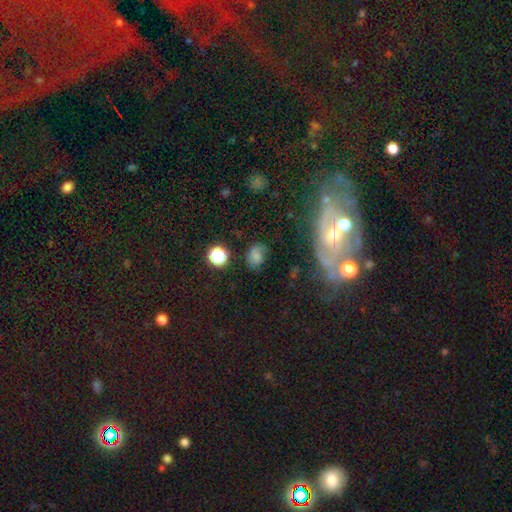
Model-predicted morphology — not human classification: Smooth or featured?
  - smooth: 62% *
  - star or artifact: 21%
  - featured or disk: 17%
How rounded?
  - in between: 56% *
  - round: 43%
  - cigar-shaped: 2%
Merging?
  - none: 57% *
  - minor disturbance: 25%
  - major disturbance: 13%
  - merger: 5%